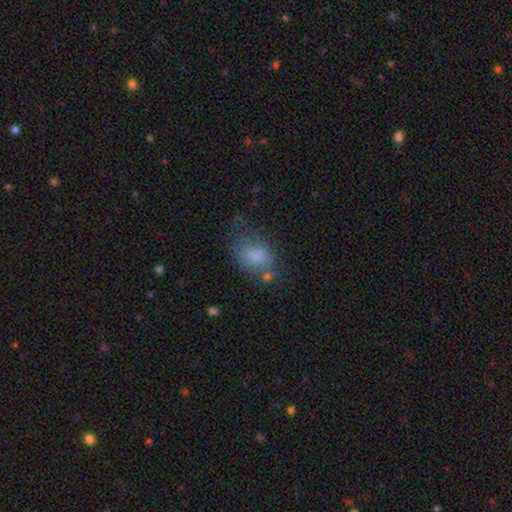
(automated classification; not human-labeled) A smooth galaxy with no disk features (72%) that is in between round and cigar-shaped (72%).

Vote fractions:
- Smooth or featured? smooth: 72% / featured or disk: 18% / star or artifact: 10%
- How rounded? in between: 72% / round: 26% / cigar-shaped: 1%
- Merging? none: 42% / minor disturbance: 28% / major disturbance: 20% / merger: 11%